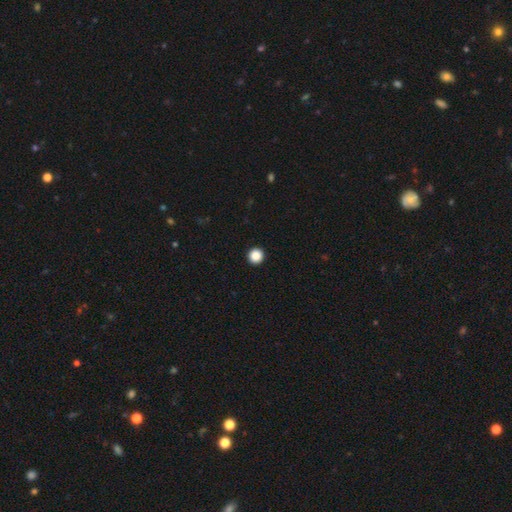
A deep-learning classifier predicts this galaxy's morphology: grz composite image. It shows a smooth galaxy with no disk features (87%) that is round (96%). Merging: none (95%).